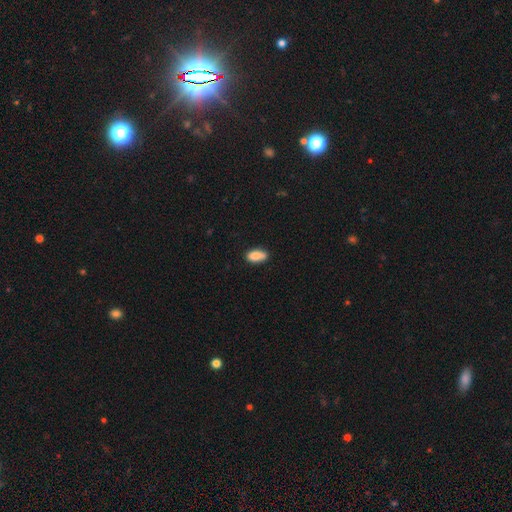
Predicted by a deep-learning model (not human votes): smooth 83%, featured or disk 9%, star or artifact 8%. Down the decision tree: how rounded — in between (90%); merging — none (65%).